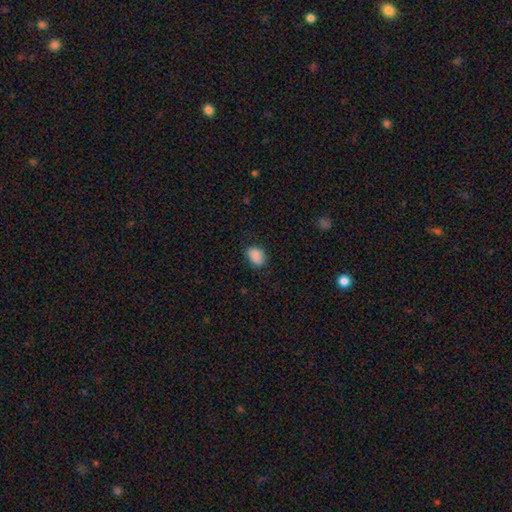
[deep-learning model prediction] Overall: smooth (87%). How rounded: in between (73%). Merging: none (78%).